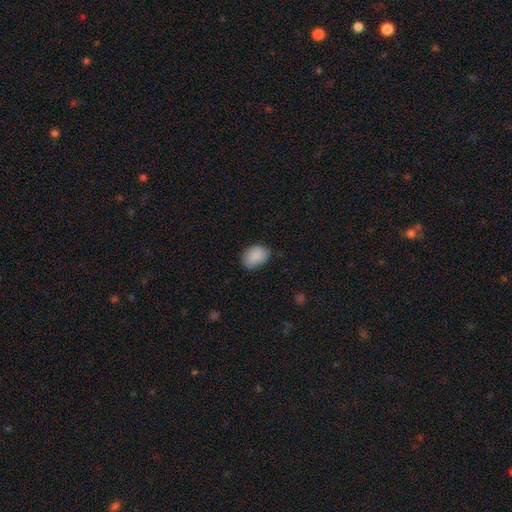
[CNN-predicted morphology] The model was most divided on "merging": none: 67%, minor disturbance: 27%, major disturbance: 5%, merger: 1%. More confident: smooth or featured — smooth (88%); how rounded — in between (80%).